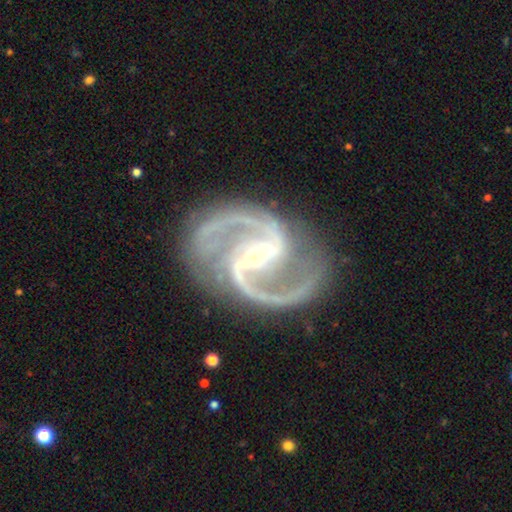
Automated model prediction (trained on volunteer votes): Smooth or featured?
  - featured or disk: 94% *
  - star or artifact: 5%
  - smooth: 2%
Edge-on disk?
  - no: 98% *
  - yes: 2%
Bar?
  - strong: 49% *
  - weak: 35%
  - no: 15%
Spiral arms?
  - yes: 99% *
  - no: 1%
Spiral winding?
  - medium: 66% *
  - loose: 21%
  - tight: 14%
Spiral arm count?
  - 2: 91% *
  - 3: 4%
  - can't tell: 2%
  - 4: 1%
  - 1: 1%
  - more than 4: 1%
Bulge size?
  - small: 75% *
  - moderate: 21%
  - none: 2%
  - large: 1%
  - dominant: 1%
Merging?
  - none: 78% *
  - minor disturbance: 14%
  - major disturbance: 7%
  - merger: 2%